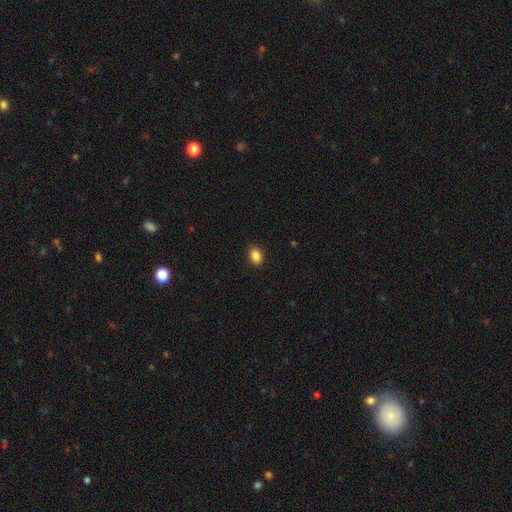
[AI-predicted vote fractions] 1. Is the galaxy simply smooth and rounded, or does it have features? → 87% smooth, 9% star or artifact, 3% featured or disk.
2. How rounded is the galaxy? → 72% in between, 27% round, 1% cigar-shaped.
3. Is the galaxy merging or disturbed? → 89% none, 8% minor disturbance, 2% major disturbance, 1% merger.